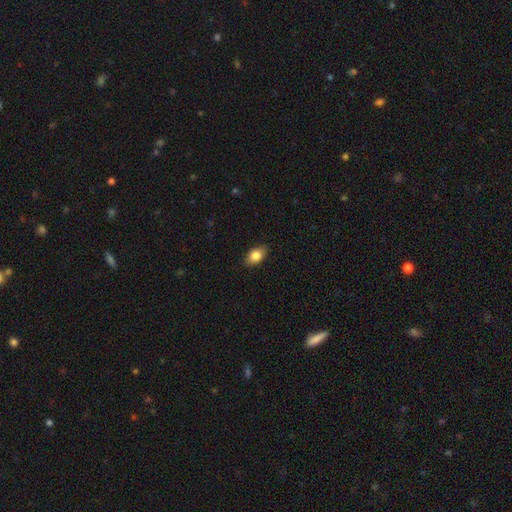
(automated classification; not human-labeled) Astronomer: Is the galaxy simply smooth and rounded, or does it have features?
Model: smooth — 82%.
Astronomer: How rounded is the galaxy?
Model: in between — 87%.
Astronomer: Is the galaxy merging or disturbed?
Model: none — 87%.